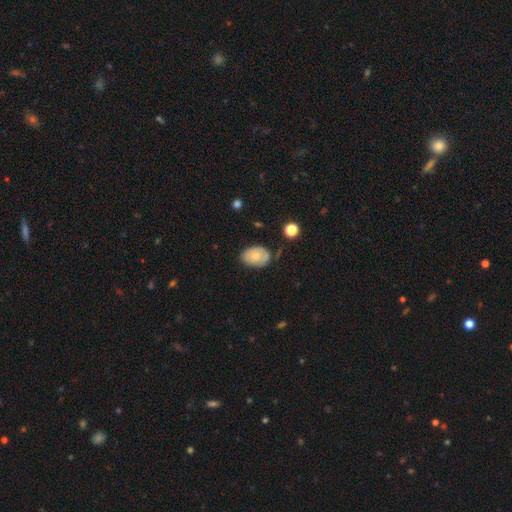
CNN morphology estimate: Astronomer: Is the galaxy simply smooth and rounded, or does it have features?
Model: smooth — 69%.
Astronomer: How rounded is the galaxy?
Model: in between — 82%.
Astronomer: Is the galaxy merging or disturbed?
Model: none — 67%.